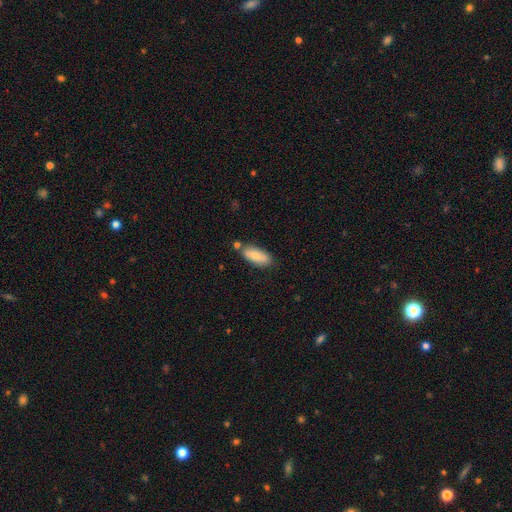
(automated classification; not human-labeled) A smooth galaxy with no disk features (77%) that is in between round and cigar-shaped (82%). Merging: none (73%).